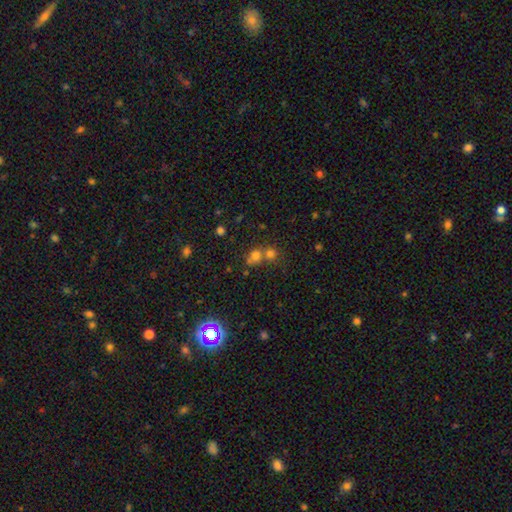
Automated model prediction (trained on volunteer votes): smooth 69%, star or artifact 21%, featured or disk 11%. Down the decision tree: how rounded — round (82%); merging — merger (46%).